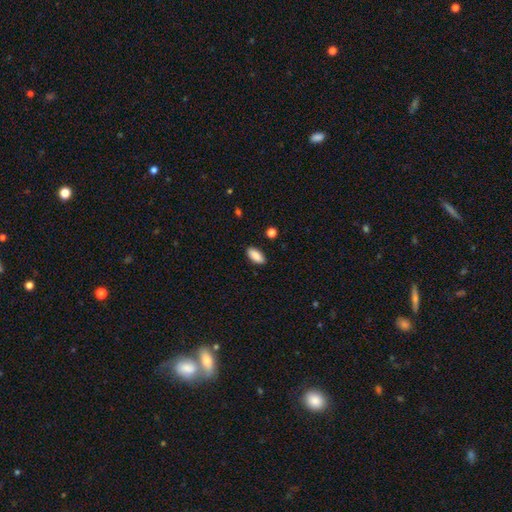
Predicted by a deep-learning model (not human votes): smooth_or_featured: smooth (p=0.88) [alt: star or artifact p=0.07]
how_rounded: in between (p=0.87) [alt: cigar-shaped p=0.11]
merging: none (p=0.88) [alt: minor disturbance p=0.08]